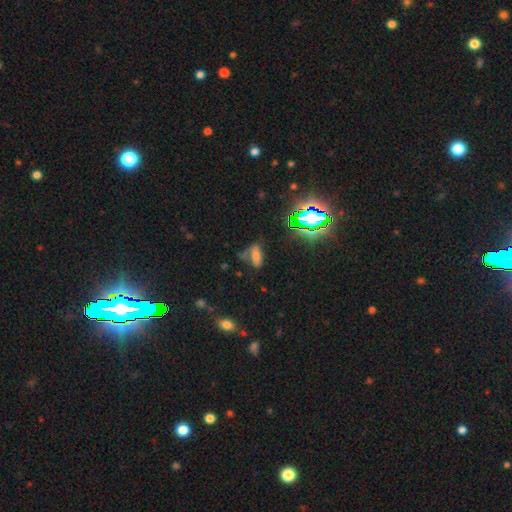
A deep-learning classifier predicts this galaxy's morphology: Q: Smooth or featured?
A: smooth (58%); runner-up: star or artifact (27%)
Q: How rounded?
A: in between (78%); runner-up: cigar-shaped (16%)
Q: Merging?
A: none (47%); runner-up: minor disturbance (26%)